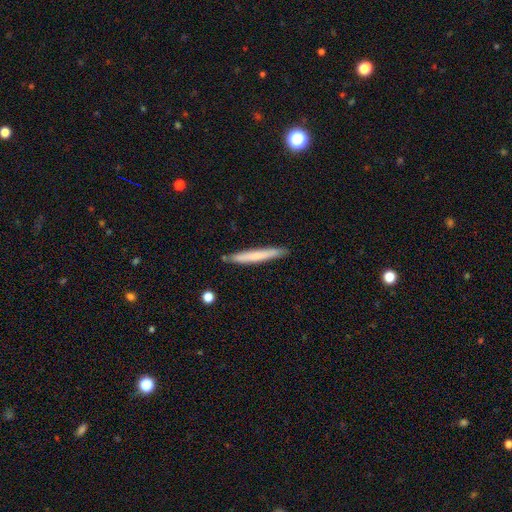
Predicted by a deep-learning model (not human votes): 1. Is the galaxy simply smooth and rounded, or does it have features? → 66% smooth, 28% featured or disk, 5% star or artifact.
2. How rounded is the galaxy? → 96% cigar-shaped, 2% in between, 1% round.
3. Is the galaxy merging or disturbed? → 87% none, 9% minor disturbance, 2% merger, 2% major disturbance.